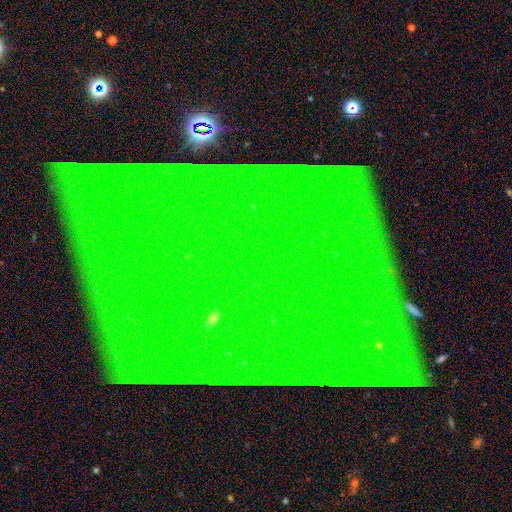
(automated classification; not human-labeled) Q: Smooth or featured?
A: star or artifact (82%); runner-up: featured or disk (9%)